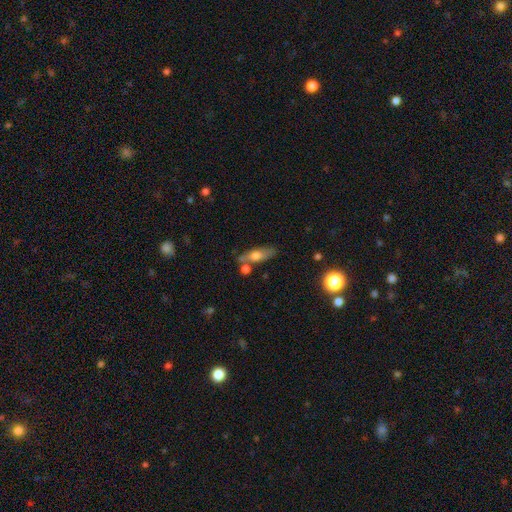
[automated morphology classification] smooth-or-featured: smooth: 58% | featured or disk: 34% | star or artifact: 8%
  how-rounded: in between: 50% | cigar-shaped: 45% | round: 4%
  merging: none: 64% | minor disturbance: 16% | merger: 16% | major disturbance: 5%